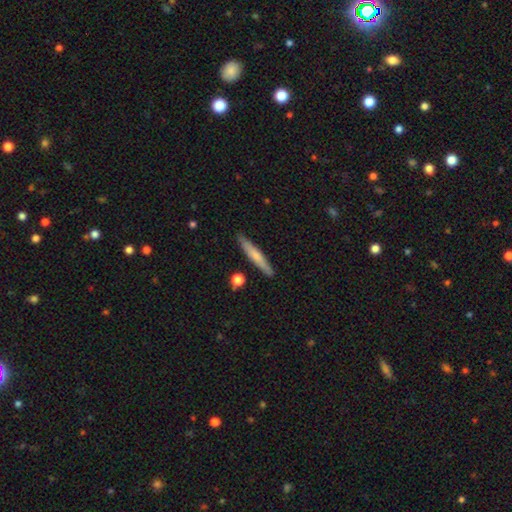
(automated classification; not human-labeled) A smooth galaxy with no disk features (58%) that is cigar-shaped (94%). Merging: none (88%).